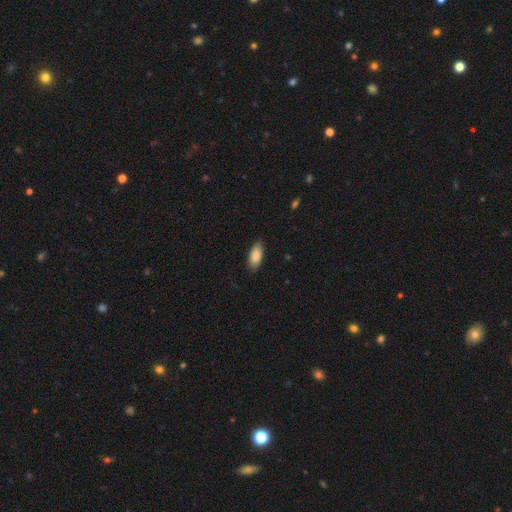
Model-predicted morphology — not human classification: Smooth or featured: smooth — 87% (featured or disk — 7%)
How rounded: in between — 88% (cigar-shaped — 9%)
Merging: none — 85% (minor disturbance — 12%)